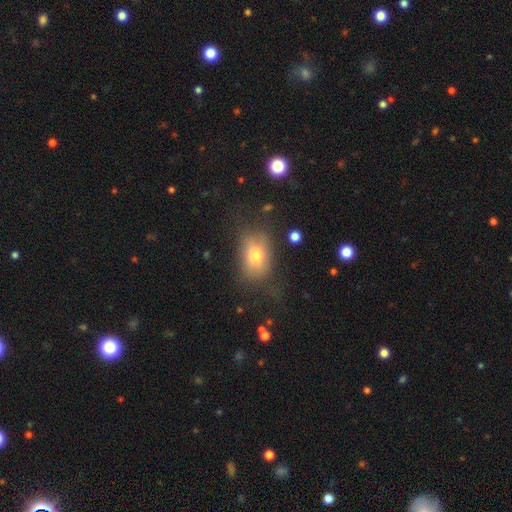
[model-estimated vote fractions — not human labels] smooth_or_featured: smooth (p=0.68) [alt: featured or disk p=0.21]
how_rounded: in between (p=0.79) [alt: round p=0.19]
merging: none (p=0.55) [alt: minor disturbance p=0.25]